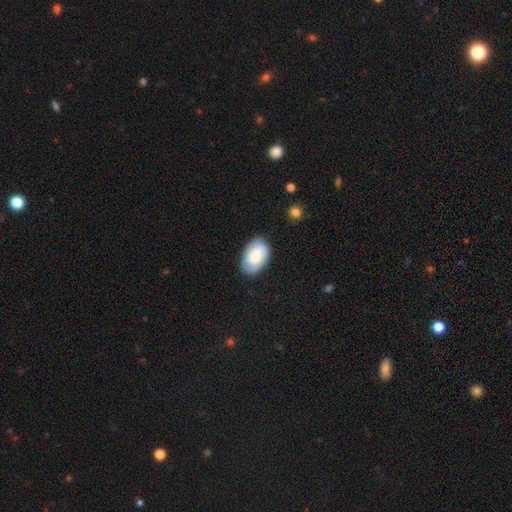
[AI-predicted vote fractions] Q: Smooth or featured?
A: smooth (67%); runner-up: featured or disk (26%)
Q: How rounded?
A: in between (92%); runner-up: round (7%)
Q: Merging?
A: none (81%); runner-up: minor disturbance (14%)